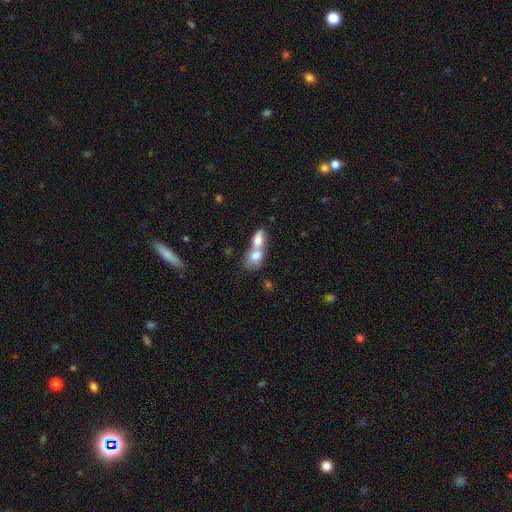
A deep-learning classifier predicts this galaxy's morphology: This is likely a smooth galaxy (73%). How rounded: likely in between (69%). Merging: likely merger (80%).